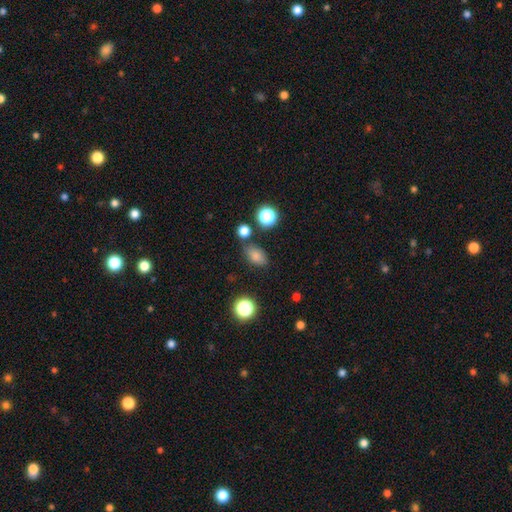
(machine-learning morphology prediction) A smooth galaxy with no disk features (79%) that is in between round and cigar-shaped (82%).

Vote fractions:
- Smooth or featured? smooth: 79% / star or artifact: 13% / featured or disk: 8%
- How rounded? in between: 82% / round: 16% / cigar-shaped: 2%
- Merging? none: 71% / minor disturbance: 17% / merger: 8% / major disturbance: 5%